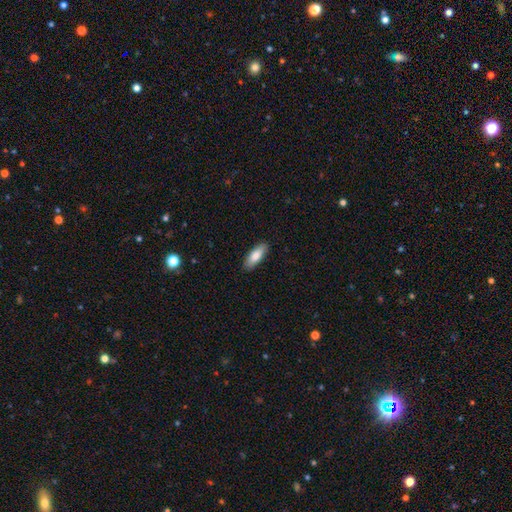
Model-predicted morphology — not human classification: A smooth galaxy with no disk features (82%) that is in between round and cigar-shaped (64%).

Vote fractions:
- Smooth or featured? smooth: 82% / featured or disk: 12% / star or artifact: 6%
- How rounded? in between: 64% / cigar-shaped: 34% / round: 2%
- Merging? none: 88% / minor disturbance: 9% / major disturbance: 2% / merger: 1%